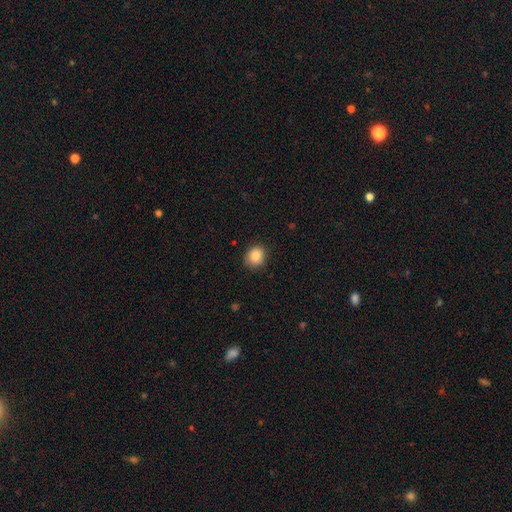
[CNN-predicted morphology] The model was most divided on "how rounded": round: 75%, in between: 24%, cigar-shaped: 1%. More confident: smooth or featured — smooth (86%); merging — none (84%).